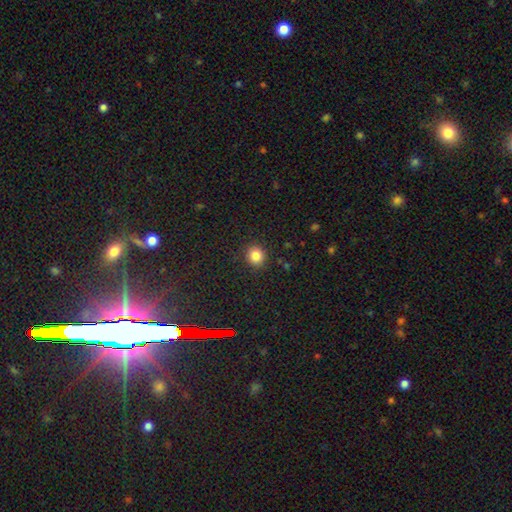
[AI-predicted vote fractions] Q: Smooth or featured?
A: smooth (83%); runner-up: star or artifact (12%)
Q: How rounded?
A: round (84%); runner-up: in between (15%)
Q: Merging?
A: none (90%); runner-up: minor disturbance (6%)